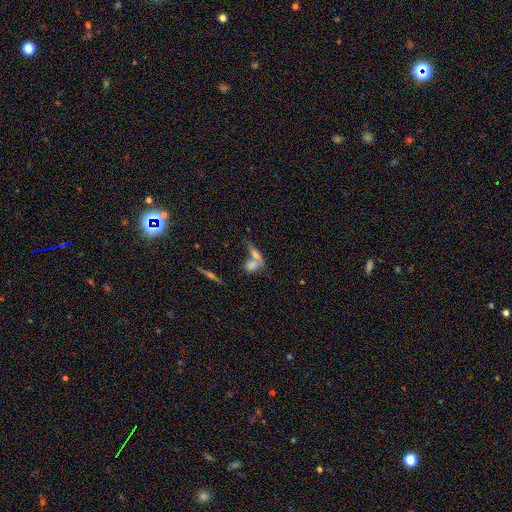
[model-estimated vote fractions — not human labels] smooth-or-featured: smooth: 55% | featured or disk: 32% | star or artifact: 13%
  how-rounded: in between: 60% | cigar-shaped: 30% | round: 11%
  merging: merger: 51% | none: 32% | minor disturbance: 10% | major disturbance: 7%